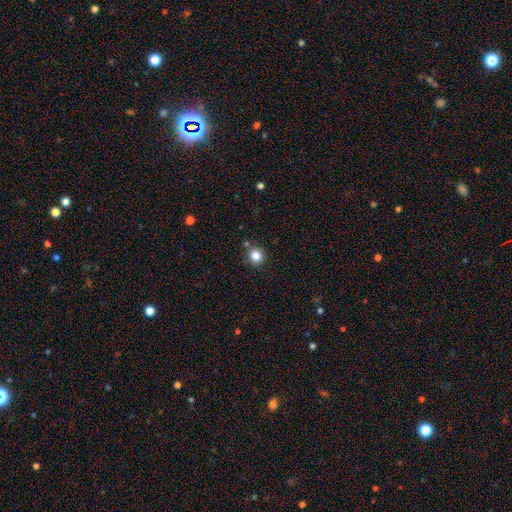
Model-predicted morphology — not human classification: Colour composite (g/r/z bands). It shows a smooth galaxy with no disk features (84%) that is round (88%). Merging: none (82%).